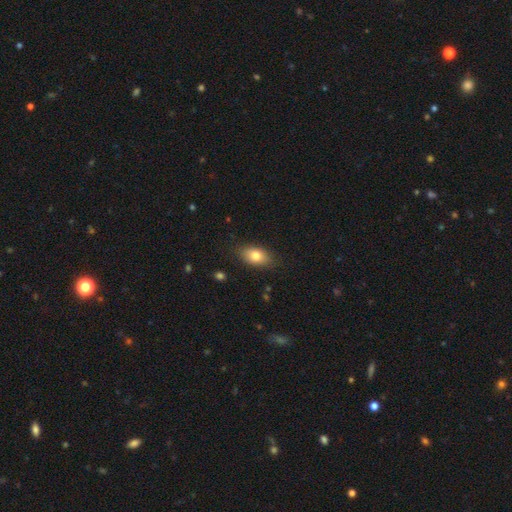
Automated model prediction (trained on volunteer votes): Morphology: type=smooth (80%); roundness=in between (88%); merging=none (83%).